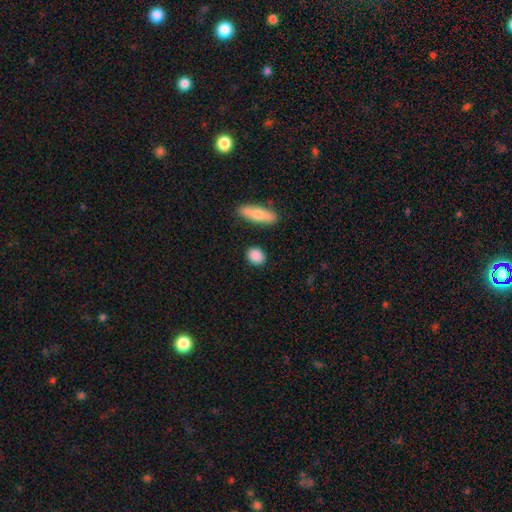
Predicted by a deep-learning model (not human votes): A smooth galaxy with no disk features (89%) that is round (52%).

Vote fractions:
- Smooth or featured? smooth: 89% / star or artifact: 7% / featured or disk: 5%
- How rounded? round: 52% / in between: 44% / cigar-shaped: 4%
- Merging? none: 87% / minor disturbance: 8% / merger: 3% / major disturbance: 2%